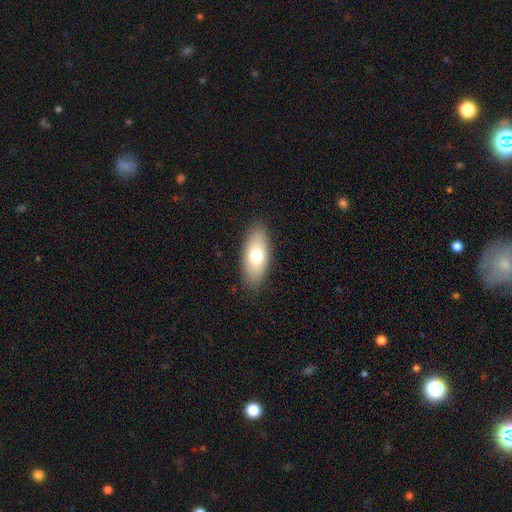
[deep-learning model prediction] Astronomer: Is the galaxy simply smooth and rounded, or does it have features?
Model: smooth — 70%.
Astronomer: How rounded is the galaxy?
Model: in between — 84%.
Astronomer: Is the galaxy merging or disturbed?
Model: none — 87%.